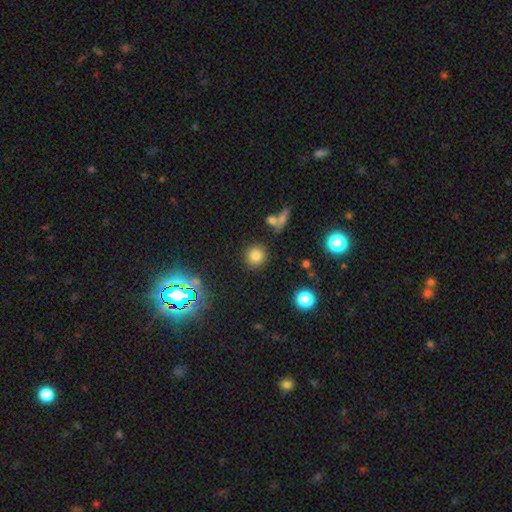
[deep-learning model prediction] Morphology: type=smooth (78%); roundness=round (91%); merging=none (86%).